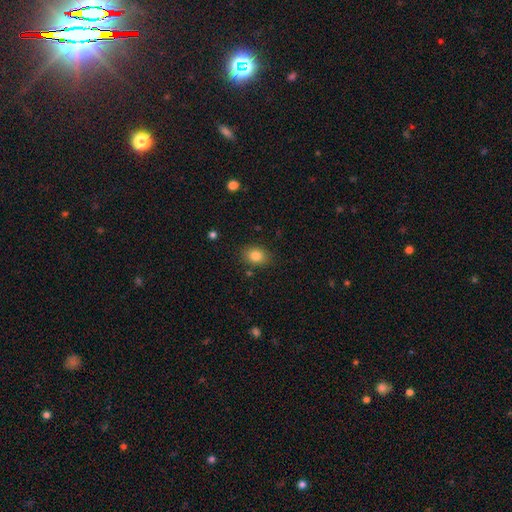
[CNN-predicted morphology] Smooth or featured? Predicted: smooth (p=0.83). How rounded? Predicted: in between (p=0.66). Merging? Predicted: none (p=0.83).